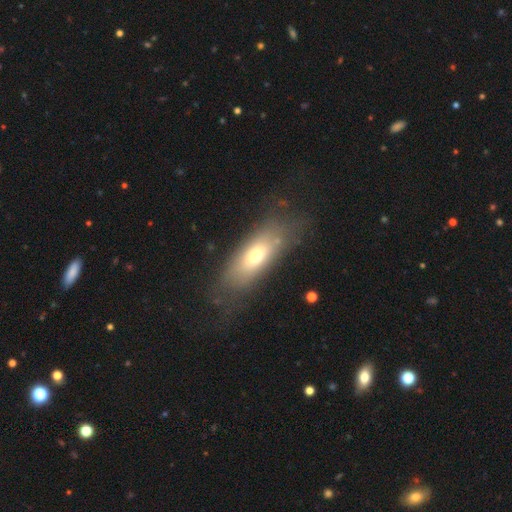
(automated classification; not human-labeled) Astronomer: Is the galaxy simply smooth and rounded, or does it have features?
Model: smooth — 62%.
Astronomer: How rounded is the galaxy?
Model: in between — 74%.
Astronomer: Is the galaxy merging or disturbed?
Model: none — 68%.